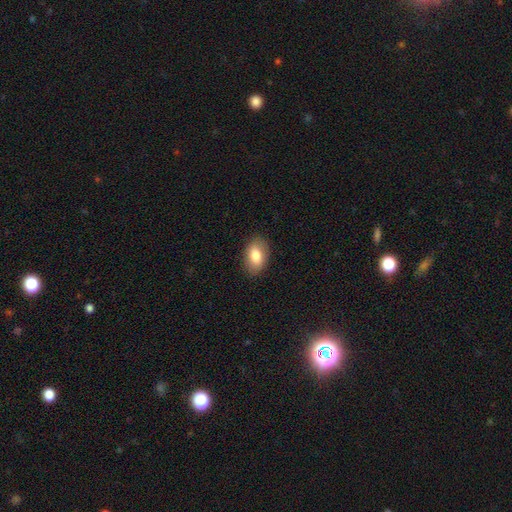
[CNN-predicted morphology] Smooth or featured? Predicted: smooth (p=0.81). How rounded? Predicted: in between (p=0.90). Merging? Predicted: none (p=0.87).